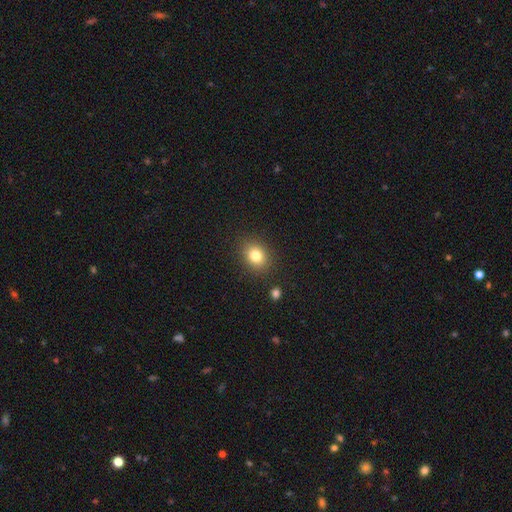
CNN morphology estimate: Q: Smooth or featured?
A: smooth (81%); runner-up: star or artifact (12%)
Q: How rounded?
A: round (56%); runner-up: in between (43%)
Q: Merging?
A: none (86%); runner-up: minor disturbance (9%)